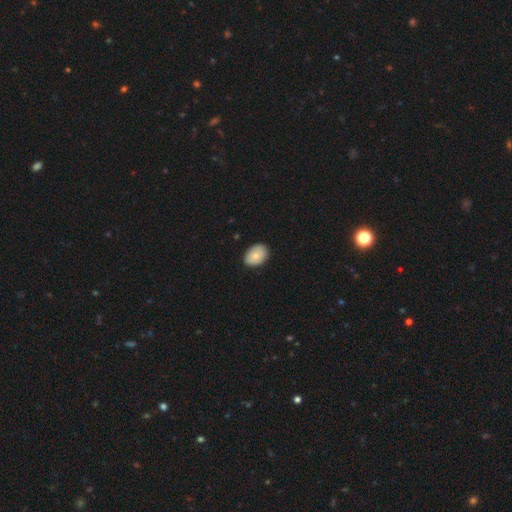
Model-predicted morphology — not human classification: smooth-or-featured: smooth: 79% | featured or disk: 14% | star or artifact: 7%
  how-rounded: in between: 80% | round: 19% | cigar-shaped: 1%
  merging: none: 84% | minor disturbance: 13% | major disturbance: 2% | merger: 1%